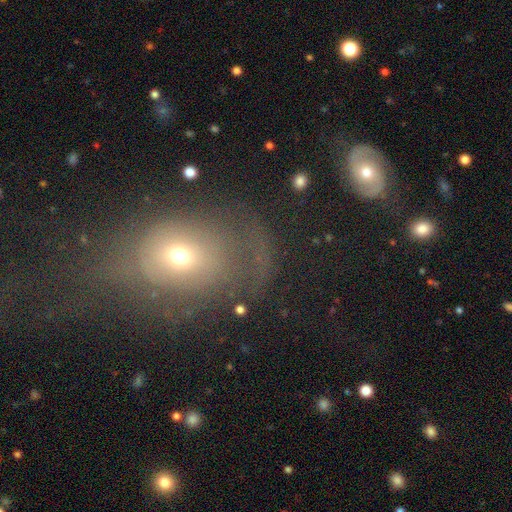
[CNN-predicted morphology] This appears to be a smooth galaxy with no disk features (47%). Merging: none (47%).